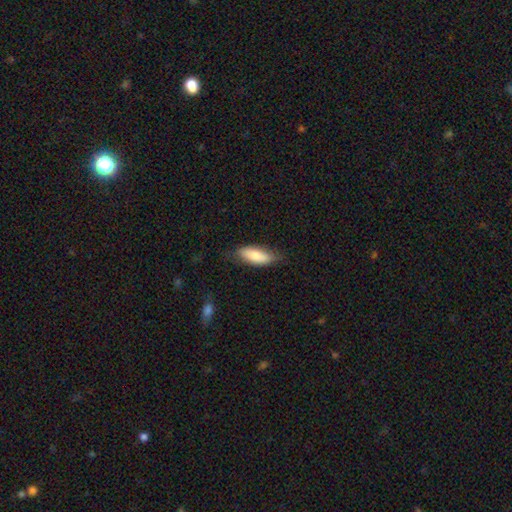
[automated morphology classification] Smooth or featured? smooth (80%)
How rounded? in between (69%)
Merging? none (70%)